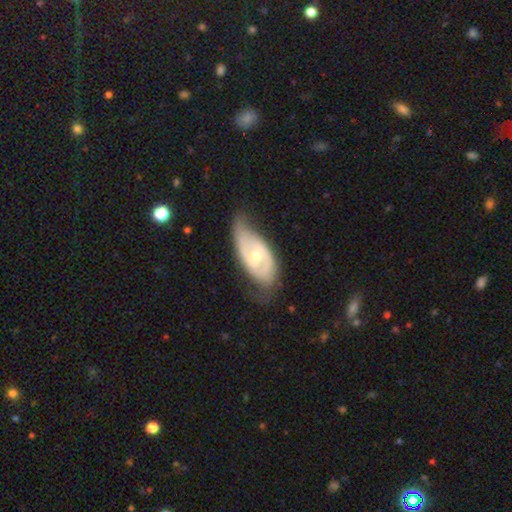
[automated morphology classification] smooth_or_featured: featured or disk (p=0.79) [alt: smooth p=0.16]
disk_edge_on: no (p=0.93) [alt: yes p=0.07]
bar: weak (p=0.50) [alt: no p=0.25]
has_spiral_arms: yes (p=0.86) [alt: no p=0.14]
spiral_winding: medium (p=0.45) [alt: tight p=0.33]
spiral_arm_count: 2 (p=0.79) [alt: can't tell p=0.14]
bulge_size: small (p=0.51) [alt: moderate p=0.45]
merging: none (p=0.61) [alt: minor disturbance p=0.27]